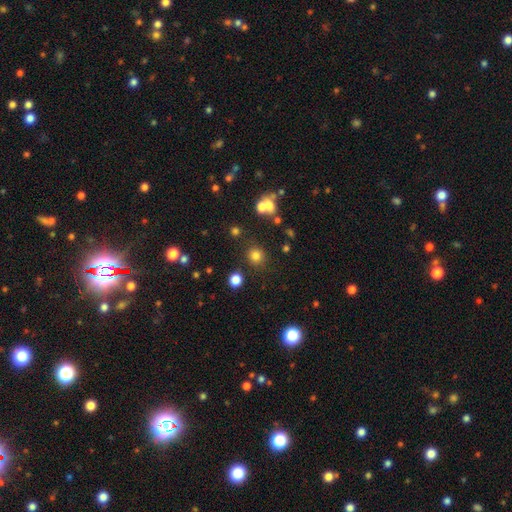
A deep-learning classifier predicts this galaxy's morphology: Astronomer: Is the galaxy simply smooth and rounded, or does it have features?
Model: smooth — 77%.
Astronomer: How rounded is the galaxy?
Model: round — 88%.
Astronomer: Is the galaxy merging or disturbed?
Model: none — 82%.